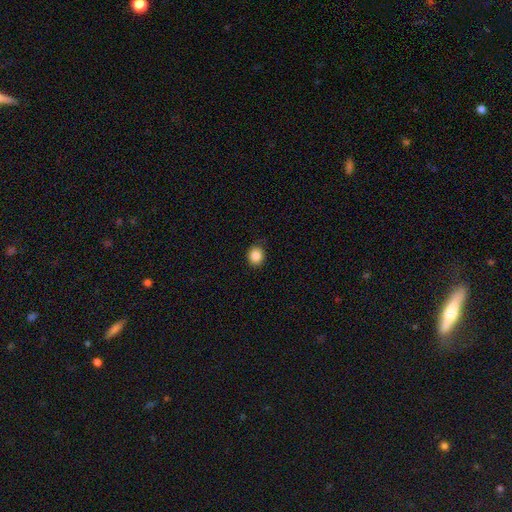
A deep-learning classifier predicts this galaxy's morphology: Smooth or featured? Predicted: smooth (p=0.87). How rounded? Predicted: round (p=0.75). Merging? Predicted: none (p=0.87).